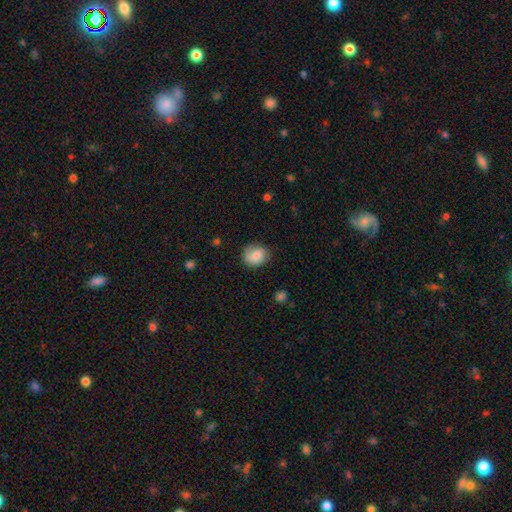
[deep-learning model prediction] Morphology: type=smooth (73%); roundness=round (72%); merging=none (73%).